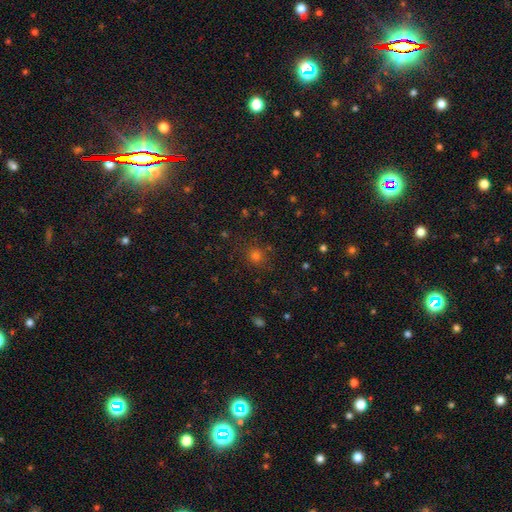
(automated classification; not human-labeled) A smooth galaxy with no disk features (71%) that is round (89%). Merging: none (85%).